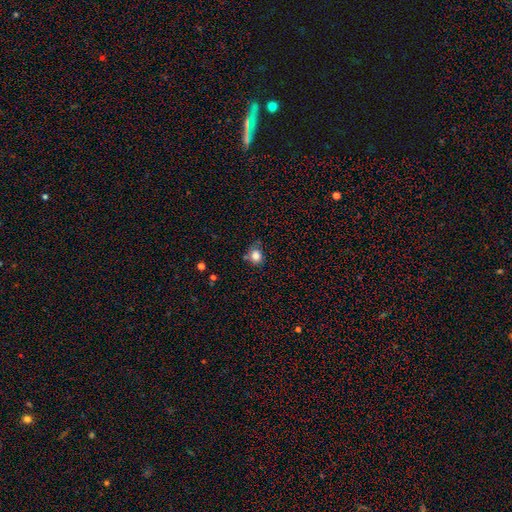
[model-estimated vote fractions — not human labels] Overall: smooth (82%). How rounded: round (74%). Merging: none (65%).